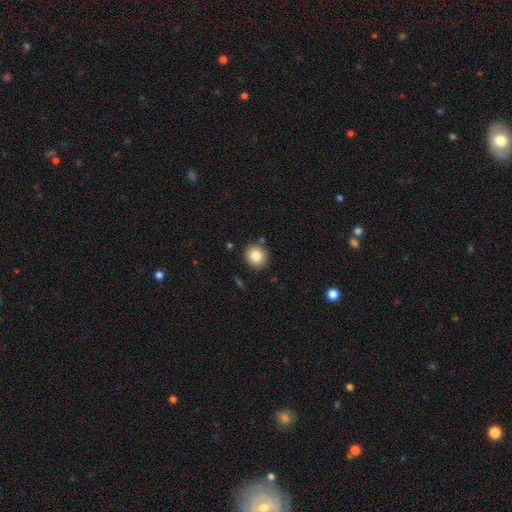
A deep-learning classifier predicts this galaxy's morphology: smooth_or_featured: smooth (p=0.83) [alt: star or artifact p=0.10]
how_rounded: round (p=0.85) [alt: in between p=0.14]
merging: none (p=0.86) [alt: minor disturbance p=0.08]